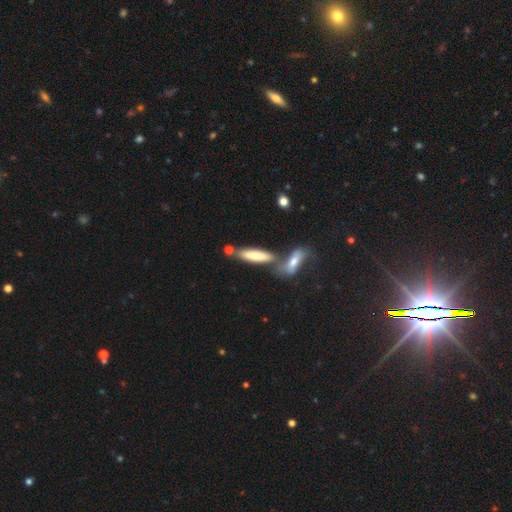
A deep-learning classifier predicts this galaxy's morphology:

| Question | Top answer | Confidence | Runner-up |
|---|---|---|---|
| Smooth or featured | smooth | 72% | featured or disk (22%) |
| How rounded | cigar-shaped | 67% | in between (31%) |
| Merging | none | 50% | merger (34%) |